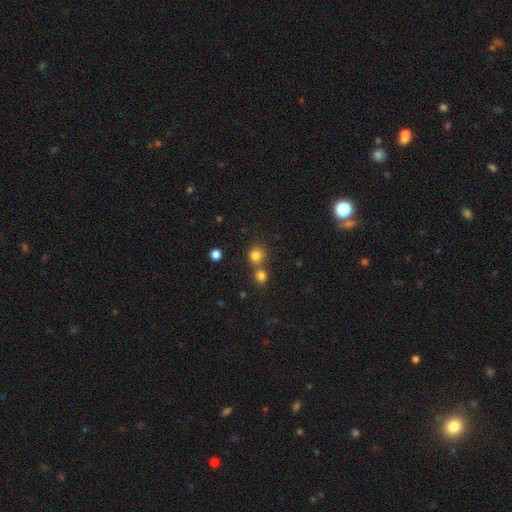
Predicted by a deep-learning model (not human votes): Smooth or featured: smooth — 80% (star or artifact — 14%)
How rounded: round — 90% (in between — 9%)
Merging: none — 60% (merger — 31%)